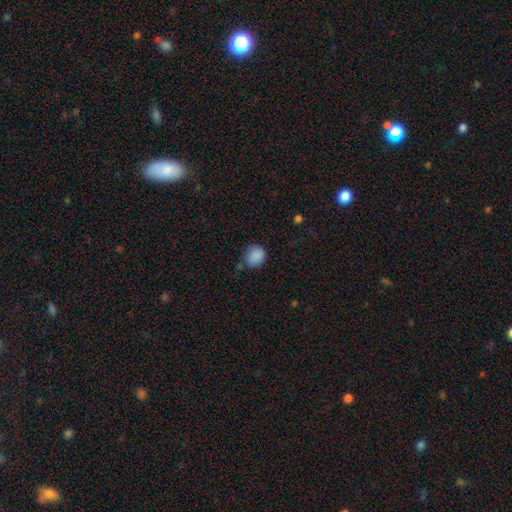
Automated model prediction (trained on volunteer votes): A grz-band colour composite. It shows a smooth galaxy with no disk features (87%) that is round (77%). Merging: none (64%).